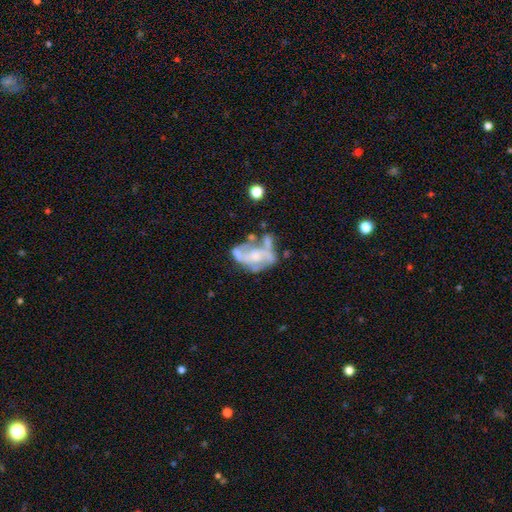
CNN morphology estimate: The model was most divided on "bulge size": moderate: 37%, small: 30%, none: 22%, large: 9%, dominant: 2%. Remaining: edge-on disk — no (97%); smooth or featured — featured or disk (75%); spiral arms — yes (68%); bar — no (66%); merging — none (35%).